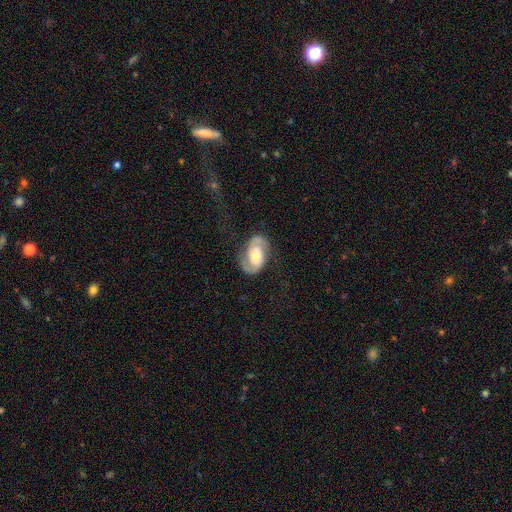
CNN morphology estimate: Smooth or featured? Predicted: featured or disk (p=0.80). Edge-on disk? Predicted: no (p=0.97). Bar? Predicted: no (p=0.54). Spiral arms? Predicted: yes (p=0.93). Spiral winding? Predicted: medium (p=0.45). Spiral arm count? Predicted: 2 (p=0.89). Bulge size? Predicted: moderate (p=0.65). Merging? Predicted: none (p=0.72).